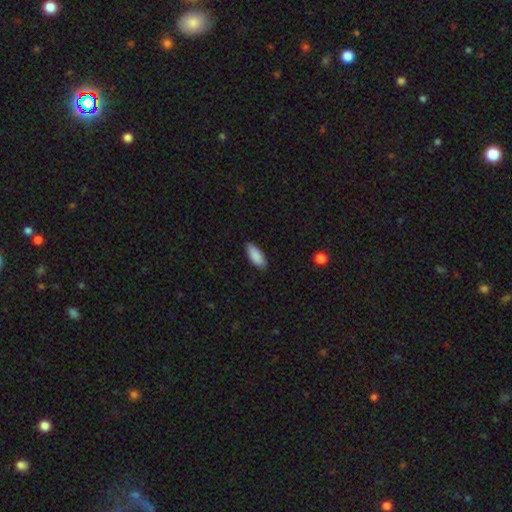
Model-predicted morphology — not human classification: A smooth galaxy with no disk features (90%) that is in between round and cigar-shaped (82%). Merging: none (87%).